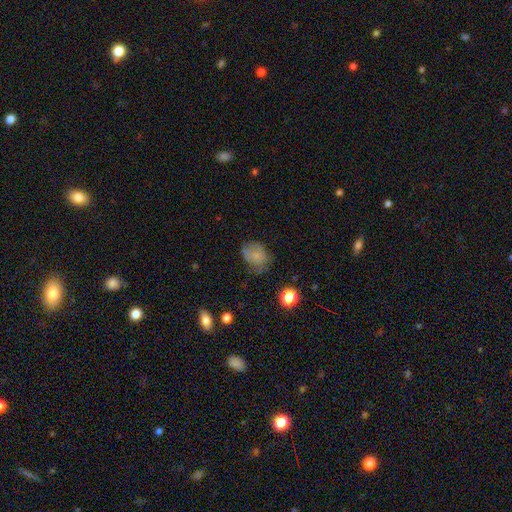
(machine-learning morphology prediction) Smooth or featured: smooth — 69% (featured or disk — 20%)
How rounded: in between — 58% (round — 41%)
Merging: none — 52% (minor disturbance — 30%)